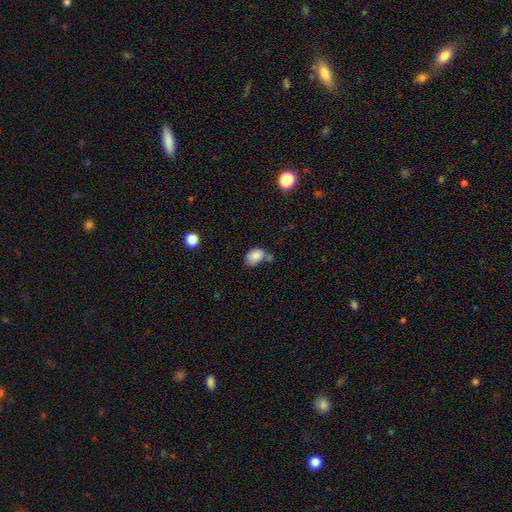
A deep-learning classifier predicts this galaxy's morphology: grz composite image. It shows a smooth galaxy with no disk features (83%) that is in between round and cigar-shaped (78%). Merging: none (40%).